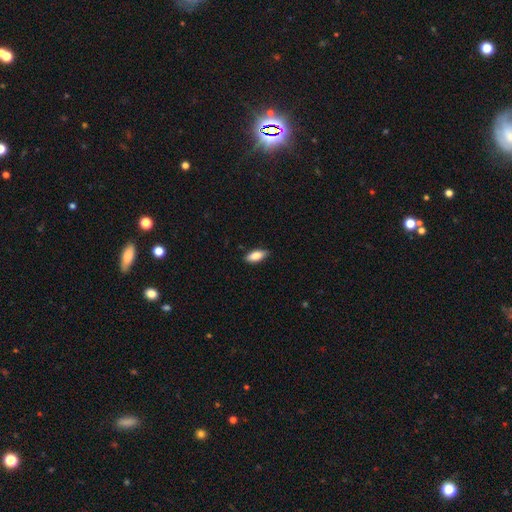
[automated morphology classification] smooth_or_featured: smooth (p=0.82) [alt: featured or disk p=0.12]
how_rounded: in between (p=0.83) [alt: cigar-shaped p=0.15]
merging: none (p=0.87) [alt: minor disturbance p=0.10]